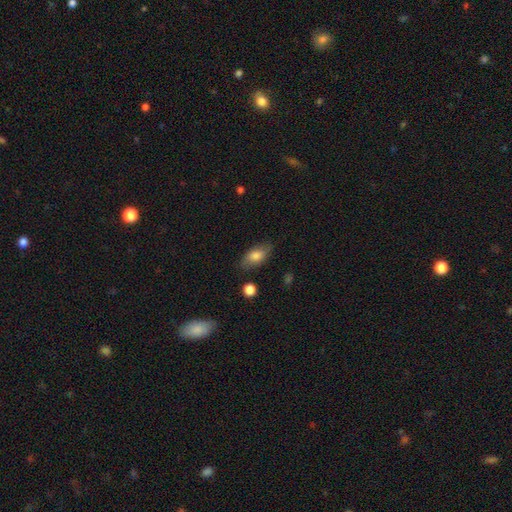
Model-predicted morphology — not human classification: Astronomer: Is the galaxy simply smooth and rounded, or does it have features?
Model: smooth — 76%.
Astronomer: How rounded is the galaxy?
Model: in between — 87%.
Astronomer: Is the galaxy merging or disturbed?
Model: none — 77%.